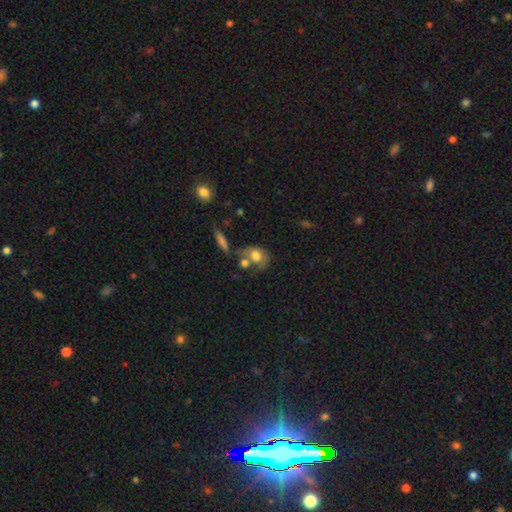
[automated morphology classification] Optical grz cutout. It shows a smooth galaxy with no disk features (66%) that is in between round and cigar-shaped (63%). Merging: merger (41%).